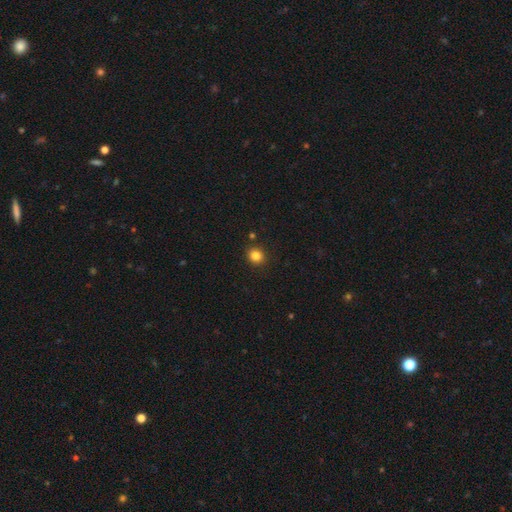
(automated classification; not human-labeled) The model was most divided on "how rounded": round: 84%, in between: 15%, cigar-shaped: 1%. More confident: merging — none (88%); smooth or featured — smooth (84%).